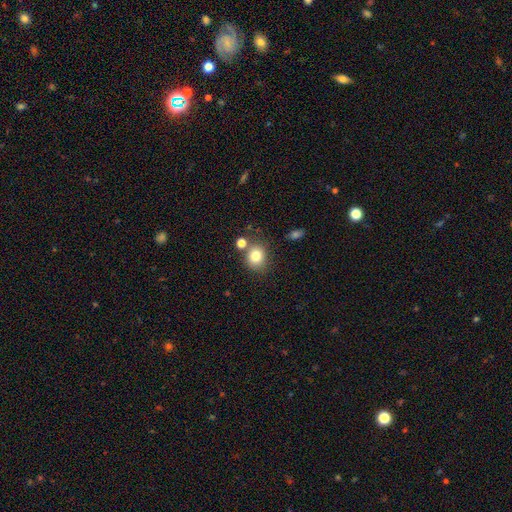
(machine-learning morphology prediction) The model was most divided on "how rounded": round: 75%, in between: 24%, cigar-shaped: 1%. More confident: smooth or featured — smooth (80%); merging — none (70%).